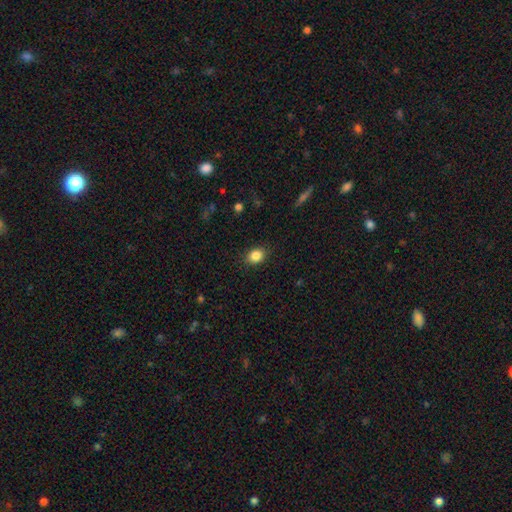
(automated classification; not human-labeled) Q: Smooth or featured?
A: smooth (86%); runner-up: star or artifact (10%)
Q: How rounded?
A: in between (56%); runner-up: round (42%)
Q: Merging?
A: none (87%); runner-up: minor disturbance (10%)